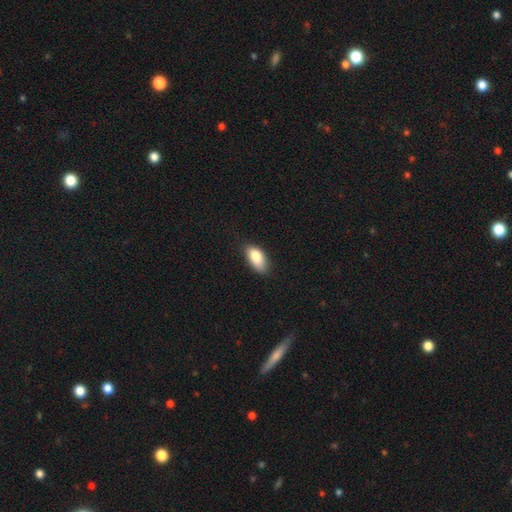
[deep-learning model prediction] Smooth or featured? smooth (84%)
How rounded? in between (92%)
Merging? none (72%)